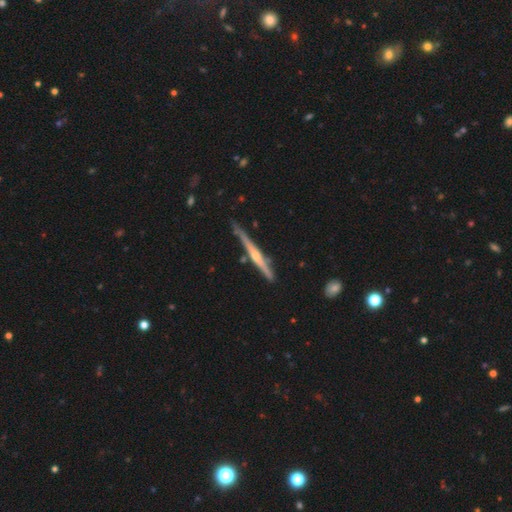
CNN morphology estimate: Overall: featured or disk (79%). Edge-on disk: yes (97%). Edge-on bulge: rounded (78%). Merging: none (81%).